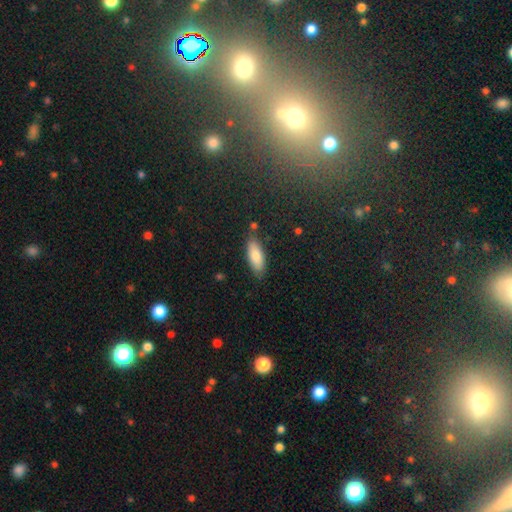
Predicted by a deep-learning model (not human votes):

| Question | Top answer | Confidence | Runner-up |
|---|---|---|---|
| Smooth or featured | smooth | 83% | featured or disk (11%) |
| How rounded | in between | 75% | cigar-shaped (23%) |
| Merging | none | 82% | minor disturbance (12%) |